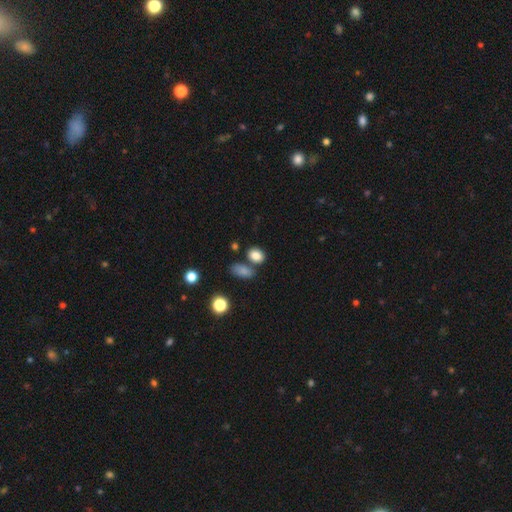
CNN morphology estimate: Smooth or featured: smooth — 84% (star or artifact — 10%)
How rounded: in between — 72% (round — 26%)
Merging: none — 64% (merger — 20%)